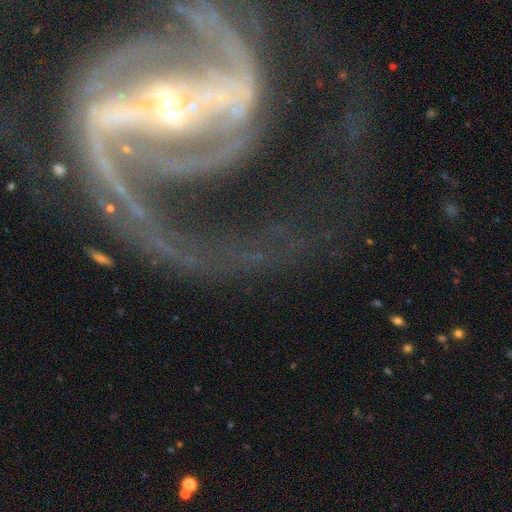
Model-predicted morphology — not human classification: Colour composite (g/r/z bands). It shows a featured or disk galaxy (80%) with a strong bar (45%), 2 (57%) medium (42%) spiral arms (88%) and a small central bulge (65%). Merging: none (42%).